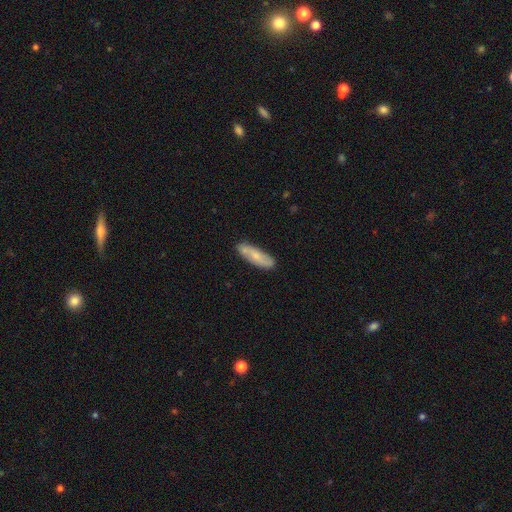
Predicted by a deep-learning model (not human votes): Morphology: type=smooth (59%); roundness=cigar-shaped (55%); merging=none (82%).